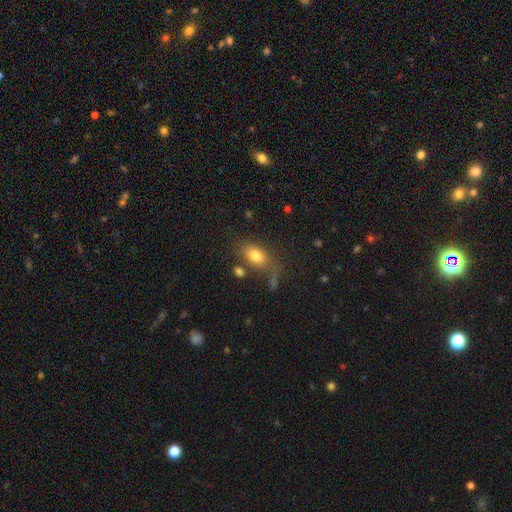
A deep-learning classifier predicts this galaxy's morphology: Overall: smooth (80%). How rounded: in between (85%). Merging: none (66%).